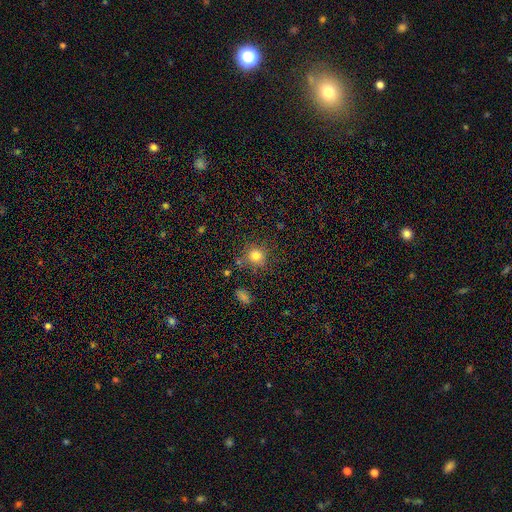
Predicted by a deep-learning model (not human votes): smooth_or_featured: smooth (p=0.80) [alt: star or artifact p=0.14]
how_rounded: round (p=0.90) [alt: in between p=0.09]
merging: none (p=0.78) [alt: minor disturbance p=0.12]